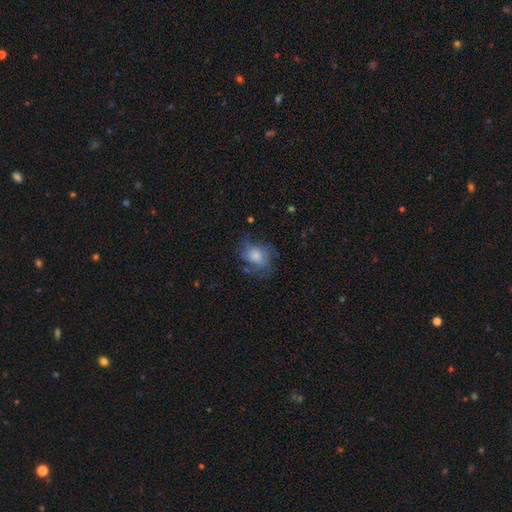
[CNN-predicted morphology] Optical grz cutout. It shows a smooth galaxy with no disk features (54%) that is in between round and cigar-shaped (56%). Merging: none (48%).